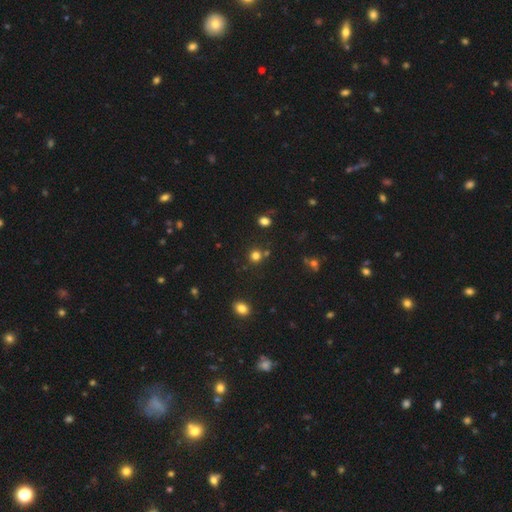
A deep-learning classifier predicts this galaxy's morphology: Q: Smooth or featured?
A: smooth (75%); runner-up: star or artifact (19%)
Q: How rounded?
A: round (89%); runner-up: in between (10%)
Q: Merging?
A: none (76%); runner-up: merger (13%)